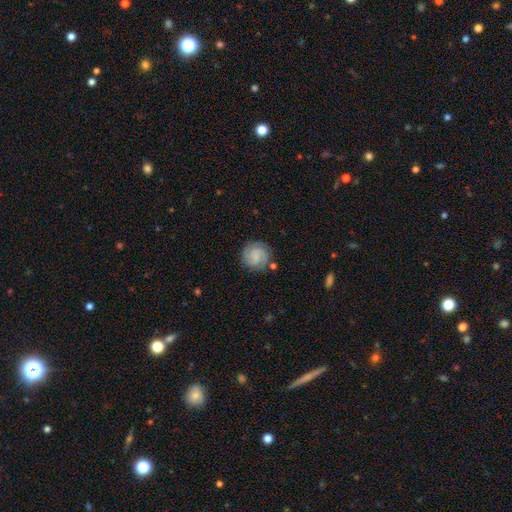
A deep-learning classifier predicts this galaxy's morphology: Smooth or featured?
  - featured or disk: 54% *
  - smooth: 38%
  - star or artifact: 8%
Edge-on disk?
  - no: 98% *
  - yes: 2%
Bar?
  - no: 56% *
  - weak: 37%
  - strong: 7%
Spiral arms?
  - yes: 92% *
  - no: 8%
Bulge size?
  - none: 49% *
  - small: 34%
  - moderate: 12%
  - large: 4%
  - dominant: 2%
Merging?
  - none: 79% *
  - minor disturbance: 13%
  - major disturbance: 5%
  - merger: 3%